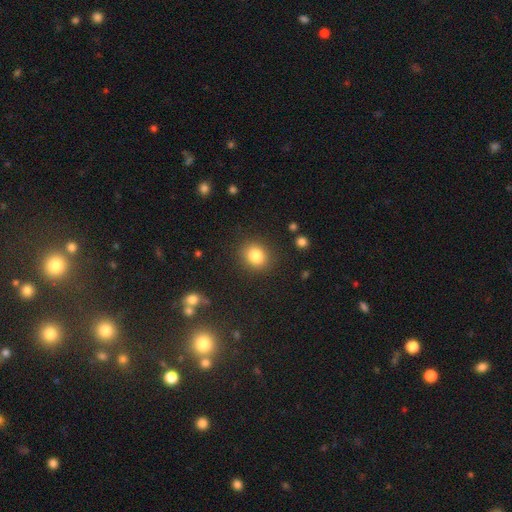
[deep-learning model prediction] Overall: smooth (83%). How rounded: round (73%). Merging: none (88%).